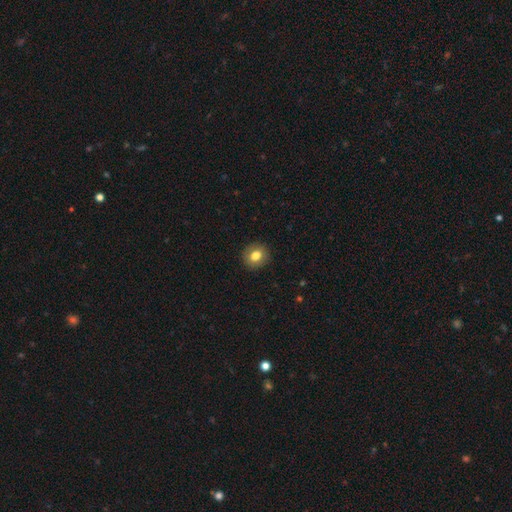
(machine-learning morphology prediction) A smooth galaxy with no disk features (80%) that is round (79%).

Vote fractions:
- Smooth or featured? smooth: 80% / featured or disk: 11% / star or artifact: 9%
- How rounded? round: 79% / in between: 20% / cigar-shaped: 1%
- Merging? none: 91% / minor disturbance: 7% / major disturbance: 2% / merger: 1%